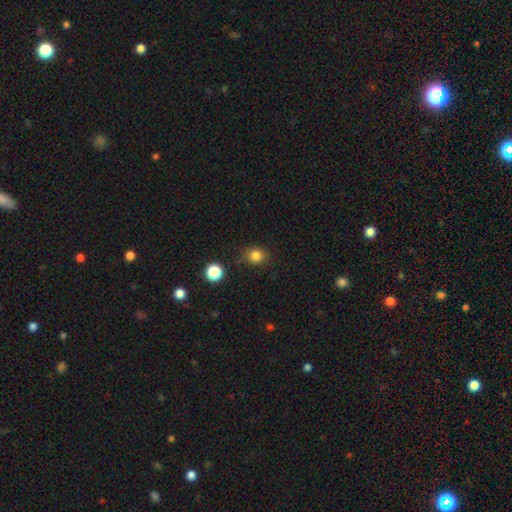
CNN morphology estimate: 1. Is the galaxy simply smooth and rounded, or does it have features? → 82% smooth, 13% star or artifact, 5% featured or disk.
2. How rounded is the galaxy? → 77% round, 22% in between, 1% cigar-shaped.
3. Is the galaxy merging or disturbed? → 83% none, 12% minor disturbance, 3% major disturbance, 2% merger.